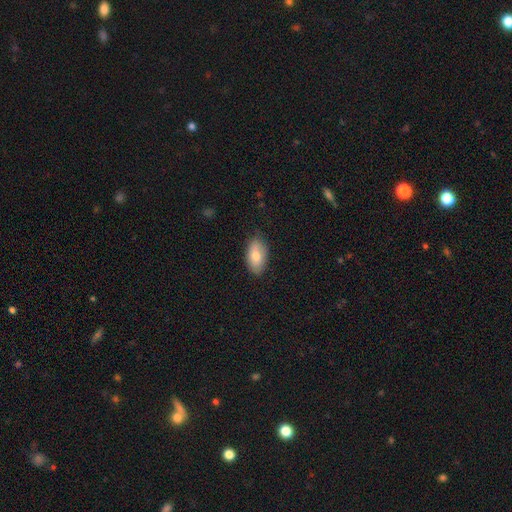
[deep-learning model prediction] Smooth or featured?
  - smooth: 80% *
  - featured or disk: 14%
  - star or artifact: 6%
How rounded?
  - in between: 93% *
  - cigar-shaped: 4%
  - round: 3%
Merging?
  - none: 82% *
  - minor disturbance: 14%
  - major disturbance: 3%
  - merger: 1%